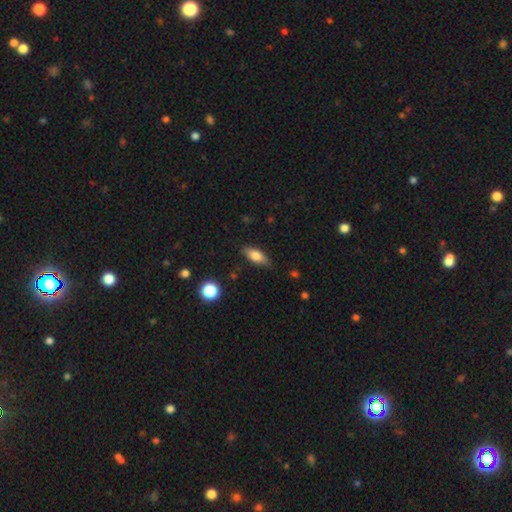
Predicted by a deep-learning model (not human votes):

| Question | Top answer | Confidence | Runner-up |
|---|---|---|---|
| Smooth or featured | smooth | 74% | featured or disk (19%) |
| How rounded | in between | 78% | cigar-shaped (18%) |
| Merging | none | 82% | minor disturbance (14%) |